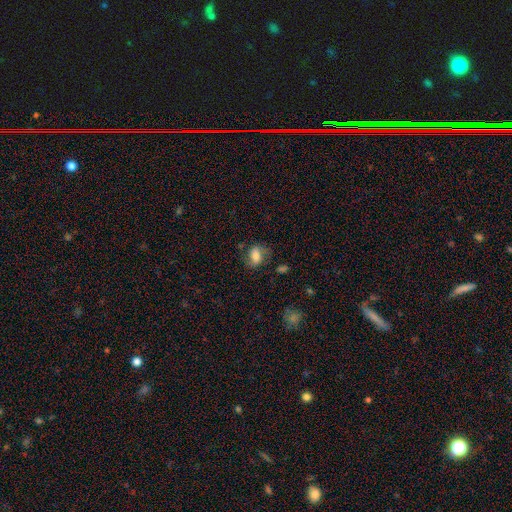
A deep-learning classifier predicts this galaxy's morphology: Overall: smooth (59%; featured or disk 32%). How rounded: in between (77%). Merging: none (61%; minor disturbance 24%).